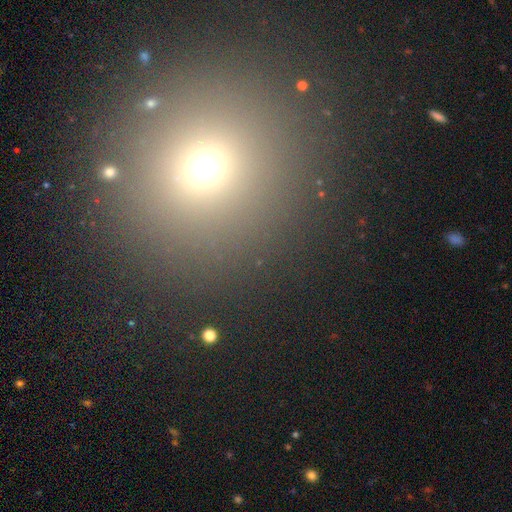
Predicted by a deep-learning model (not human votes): Smooth or featured: smooth — 63% (star or artifact — 29%)
How rounded: round — 91% (in between — 8%)
Merging: none — 88% (minor disturbance — 6%)